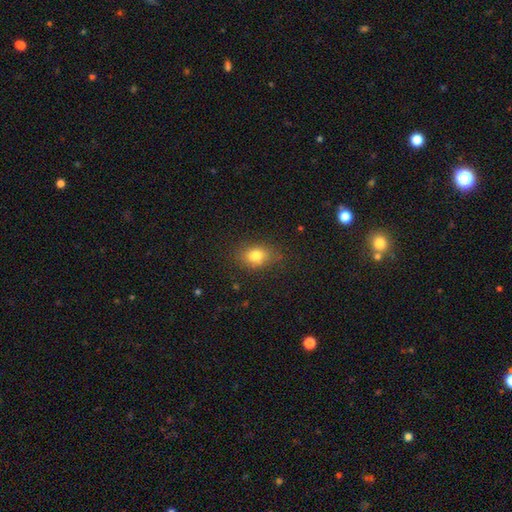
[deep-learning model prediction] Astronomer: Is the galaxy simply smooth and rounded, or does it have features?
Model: smooth — 80%.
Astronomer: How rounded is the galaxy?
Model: in between — 63%.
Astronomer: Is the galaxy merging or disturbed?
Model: none — 78%.